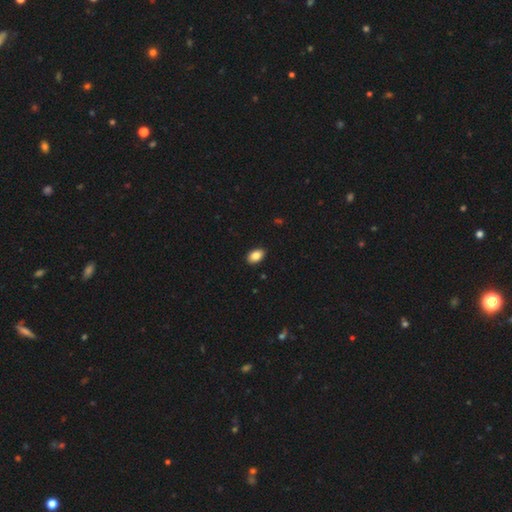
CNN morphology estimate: Smooth or featured: smooth — 87% (star or artifact — 8%)
How rounded: in between — 87% (round — 12%)
Merging: none — 90% (minor disturbance — 7%)